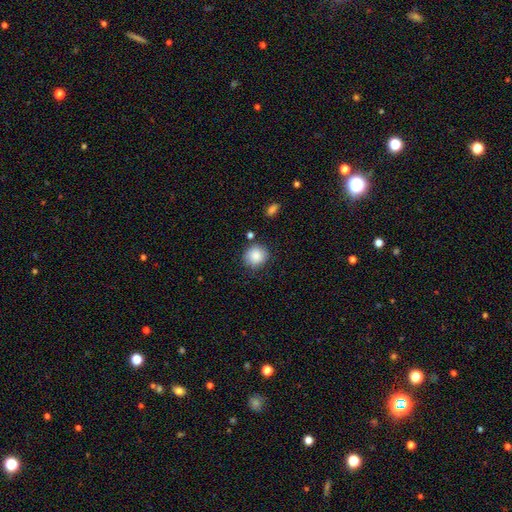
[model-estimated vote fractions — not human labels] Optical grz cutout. It shows a smooth galaxy with no disk features (87%) that is round (88%). Merging: none (77%).